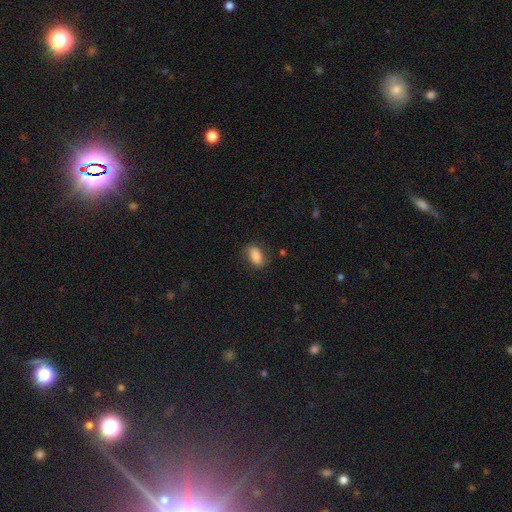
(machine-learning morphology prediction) Smooth or featured? Predicted: smooth (p=0.79). How rounded? Predicted: in between (p=0.89). Merging? Predicted: none (p=0.75).